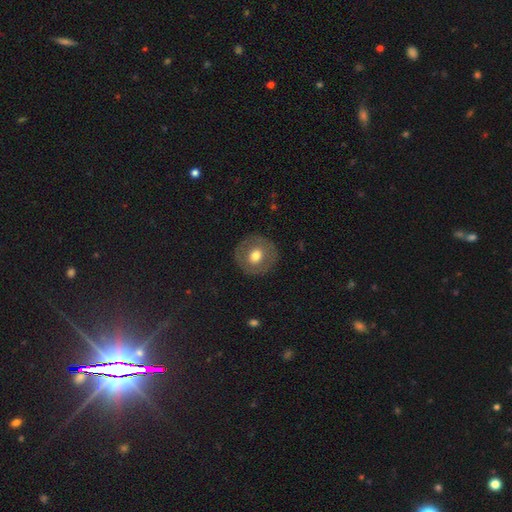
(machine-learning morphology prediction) This is likely a smooth galaxy (61%). How rounded: clearly round (92%). Merging: clearly none (87%).